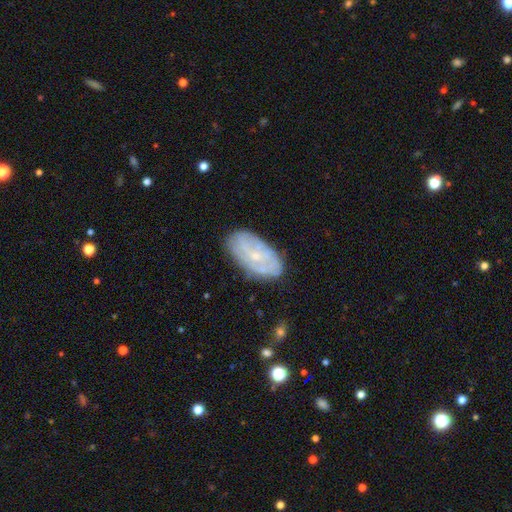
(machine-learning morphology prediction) A featured or disk galaxy (61%) with no bar (69%), spiral arms (70%) and a small central bulge (77%).

Vote fractions:
- Smooth or featured? featured or disk: 61% / smooth: 31% / star or artifact: 8%
- Edge-on disk? no: 92% / yes: 8%
- Bar? no: 69% / weak: 25% / strong: 6%
- Spiral arms? yes: 70% / no: 30%
- Bulge size? small: 77% / moderate: 17% / none: 4% / large: 1% / dominant: 1%
- Merging? none: 79% / minor disturbance: 16% / major disturbance: 4% / merger: 2%